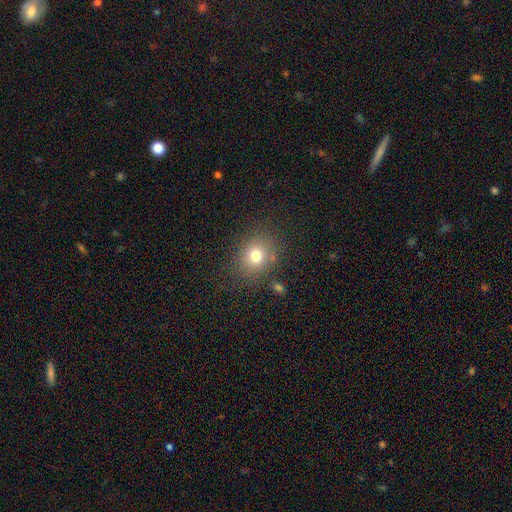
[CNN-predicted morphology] Smooth or featured: smooth — 74% (star or artifact — 15%)
How rounded: round — 70% (in between — 29%)
Merging: none — 80% (minor disturbance — 12%)